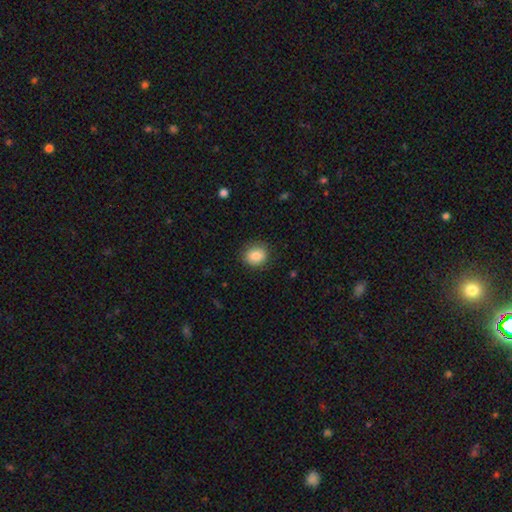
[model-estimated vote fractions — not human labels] Smooth or featured?
  - smooth: 85% *
  - star or artifact: 8%
  - featured or disk: 6%
How rounded?
  - round: 72% *
  - in between: 27%
  - cigar-shaped: 1%
Merging?
  - none: 83% *
  - minor disturbance: 12%
  - major disturbance: 3%
  - merger: 1%